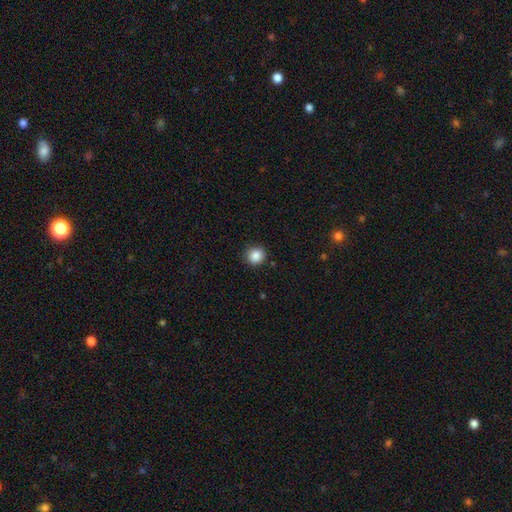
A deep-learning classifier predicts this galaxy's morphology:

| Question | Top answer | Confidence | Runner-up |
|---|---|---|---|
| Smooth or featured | smooth | 87% | star or artifact (10%) |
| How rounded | round | 88% | in between (11%) |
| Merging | none | 88% | minor disturbance (8%) |